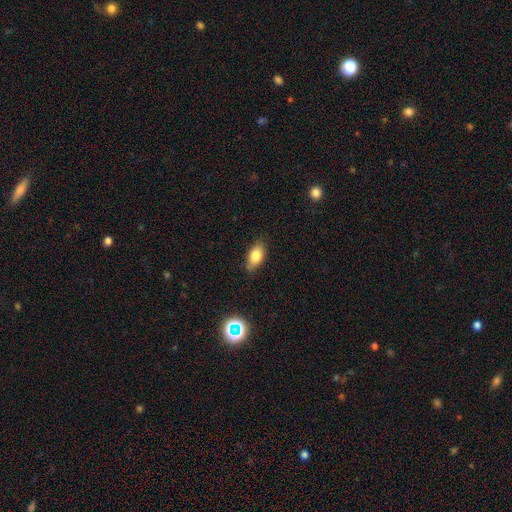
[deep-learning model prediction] Overall: smooth (80%). How rounded: in between (89%). Merging: none (79%).